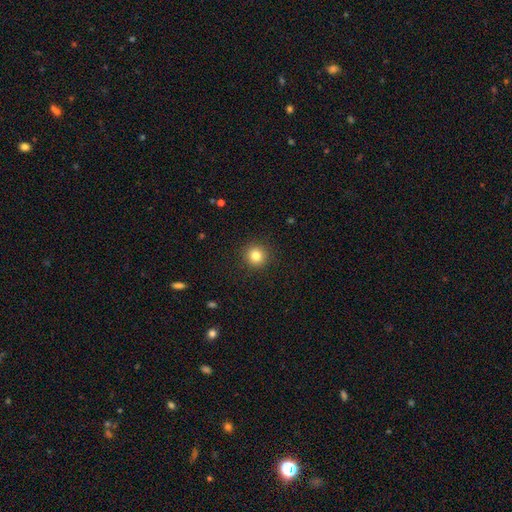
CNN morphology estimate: A smooth galaxy with no disk features (82%) that is round (94%). Merging: none (92%).